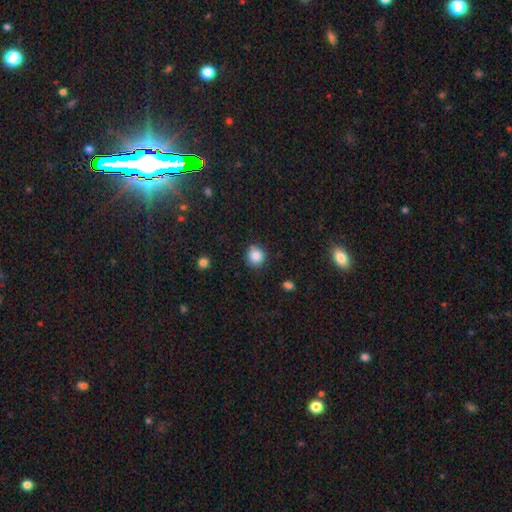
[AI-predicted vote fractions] This appears to be a smooth galaxy with no disk features (86%) that is round (90%). Merging: none (83%).